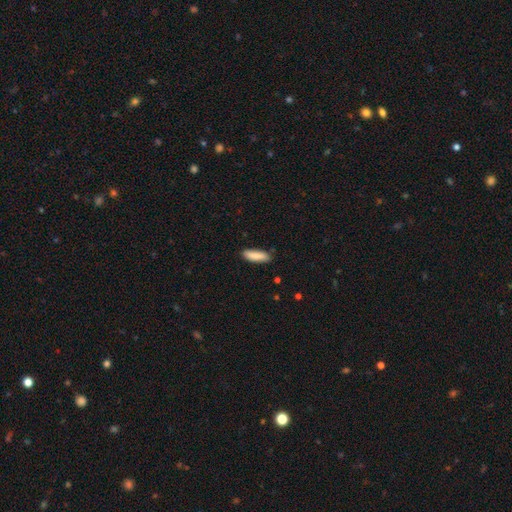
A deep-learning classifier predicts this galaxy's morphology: Smooth or featured: smooth — 87% (featured or disk — 7%)
How rounded: cigar-shaped — 53% (in between — 45%)
Merging: none — 85% (minor disturbance — 12%)